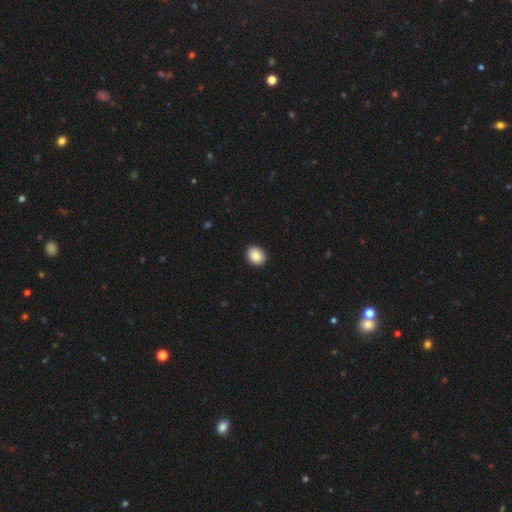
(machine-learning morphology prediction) The model was most divided on "how rounded": in between: 51%, round: 48%, cigar-shaped: 1%. More confident: merging — none (90%); smooth or featured — smooth (89%).